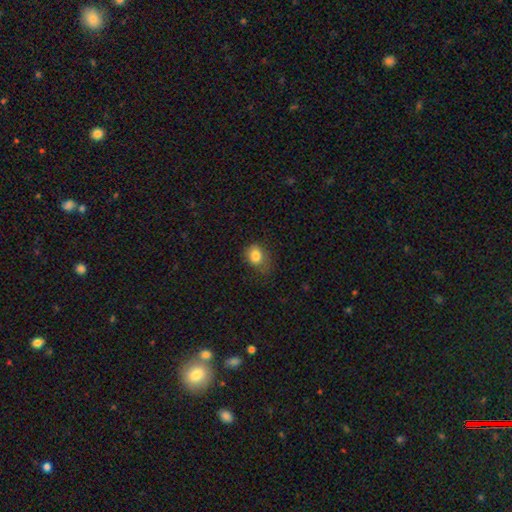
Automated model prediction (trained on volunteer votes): Smooth or featured: smooth — 82% (star or artifact — 10%)
How rounded: in between — 53% (round — 46%)
Merging: none — 57% (minor disturbance — 30%)